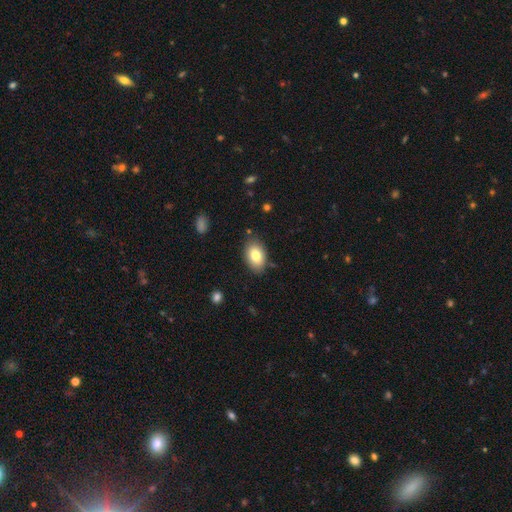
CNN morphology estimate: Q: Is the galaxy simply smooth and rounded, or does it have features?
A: smooth — 80%.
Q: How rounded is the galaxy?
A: in between — 88%.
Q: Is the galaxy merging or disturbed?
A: none — 82%.